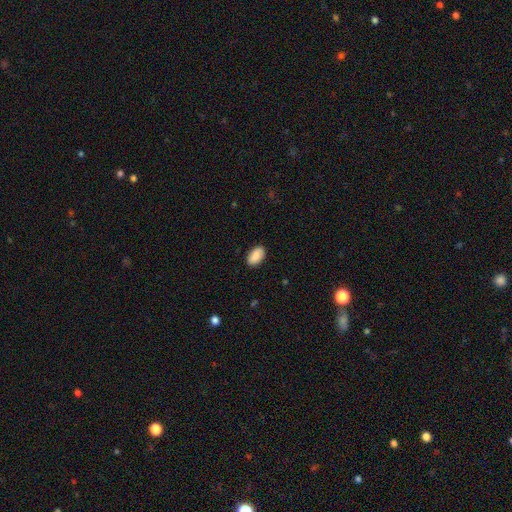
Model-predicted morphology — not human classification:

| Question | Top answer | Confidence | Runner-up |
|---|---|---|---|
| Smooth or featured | smooth | 87% | featured or disk (6%) |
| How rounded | in between | 94% | round (5%) |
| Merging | none | 88% | minor disturbance (9%) |